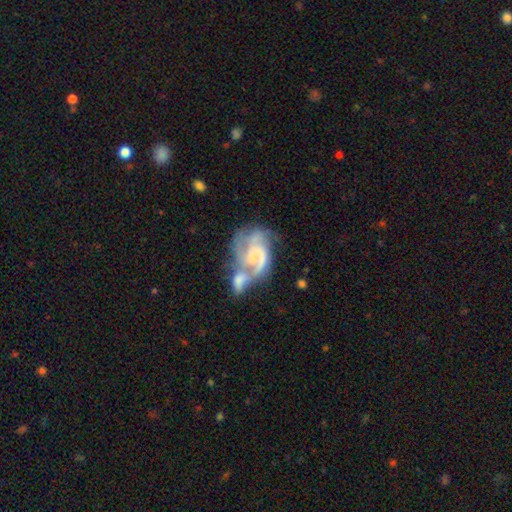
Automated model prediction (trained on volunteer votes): A featured or disk galaxy (83%) with no bar (61%), 2 (39%) medium (48%) spiral arms (93%) and a small central bulge (46%). Merging: merger (46%).